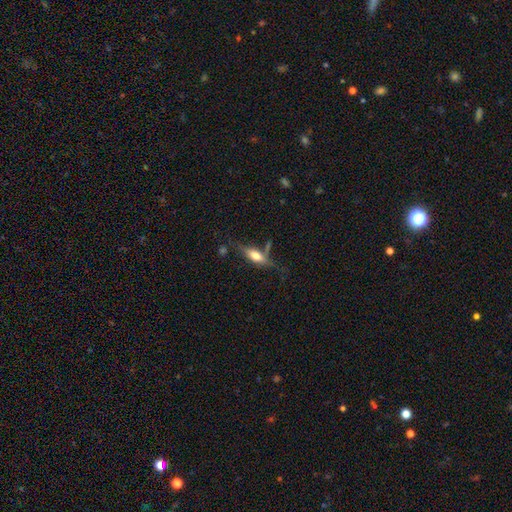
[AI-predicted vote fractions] Overall: smooth (47%; featured or disk 46%). Merging: none (60%; minor disturbance 21%).